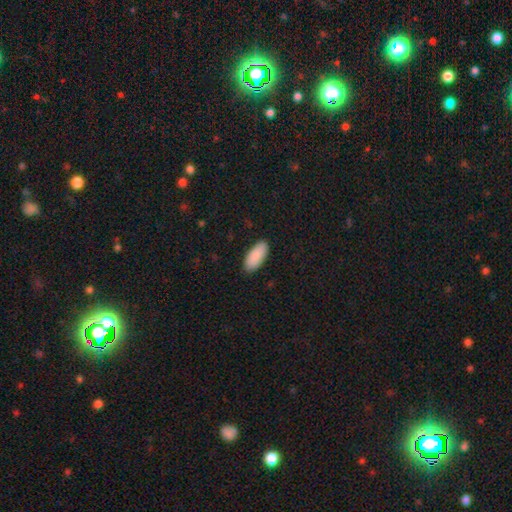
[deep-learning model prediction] Smooth or featured: smooth — 90% (star or artifact — 6%)
How rounded: in between — 90% (cigar-shaped — 9%)
Merging: none — 88% (minor disturbance — 9%)